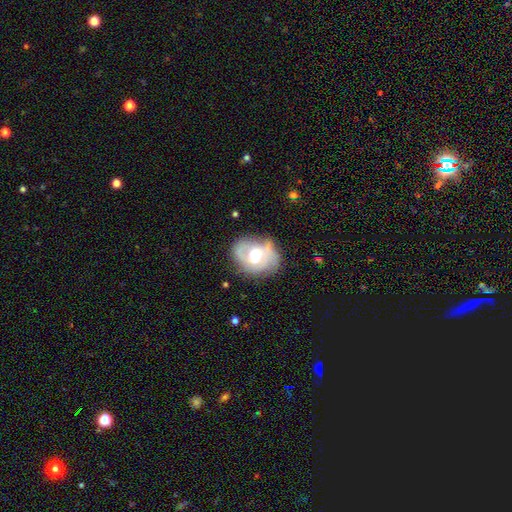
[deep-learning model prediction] A featured or disk galaxy (67%) with no bar (58%), spiral arms (73%) and a moderate central bulge (70%).

Vote fractions:
- Smooth or featured? featured or disk: 67% / smooth: 26% / star or artifact: 7%
- Edge-on disk? no: 96% / yes: 4%
- Bar? no: 58% / weak: 33% / strong: 9%
- Spiral arms? yes: 73% / no: 27%
- Bulge size? moderate: 70% / large: 19% / small: 9% / dominant: 1% / none: 1%
- Merging? none: 60% / minor disturbance: 26% / major disturbance: 11% / merger: 3%